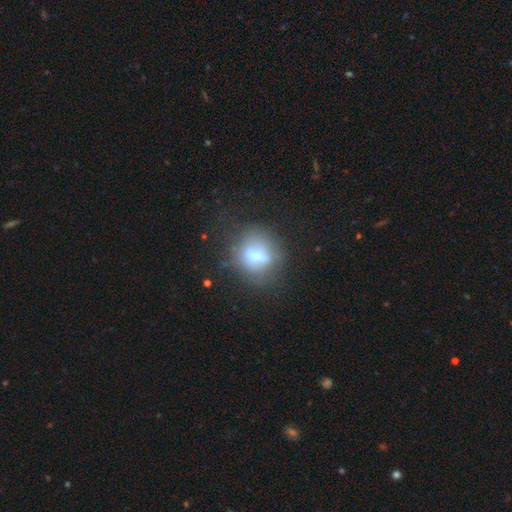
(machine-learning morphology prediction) This is possibly a smooth galaxy (49%). Merging: likely none (60%).